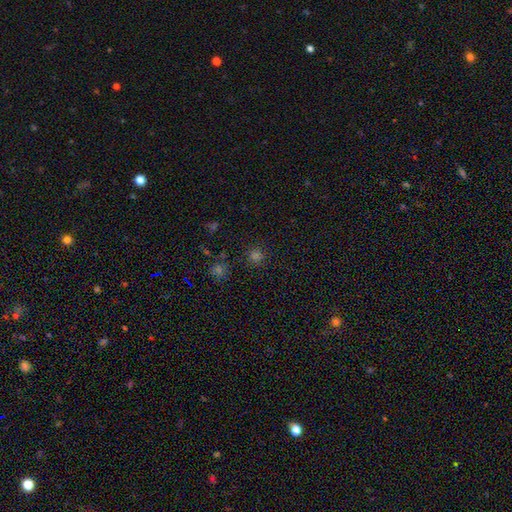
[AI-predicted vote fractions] Smooth or featured: smooth — 64% (star or artifact — 31%)
How rounded: round — 93% (in between — 6%)
Merging: none — 88% (minor disturbance — 7%)